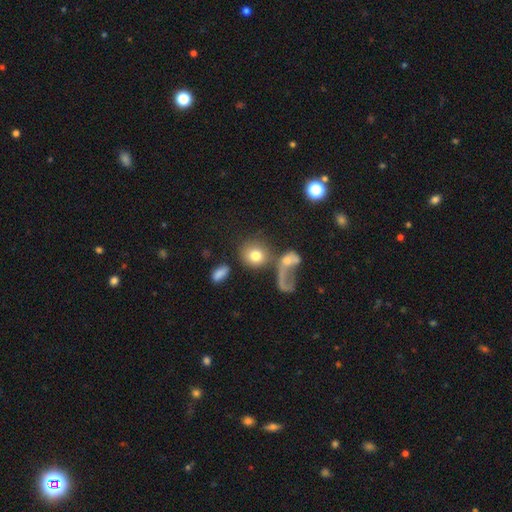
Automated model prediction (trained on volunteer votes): Smooth or featured? Predicted: smooth (p=0.72). How rounded? Predicted: round (p=0.79). Merging? Predicted: none (p=0.38).